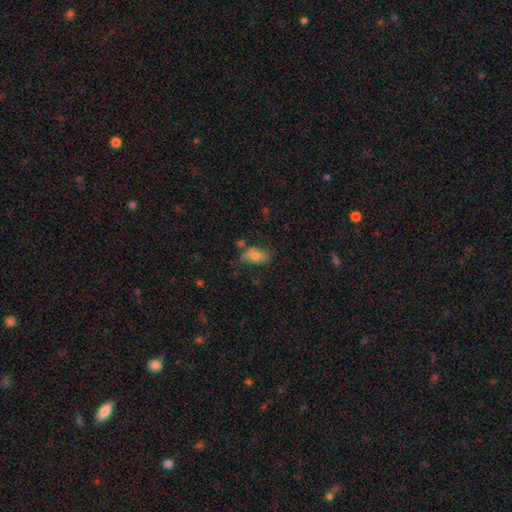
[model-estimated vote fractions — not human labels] Smooth or featured? Predicted: smooth (p=0.71). How rounded? Predicted: in between (p=0.89). Merging? Predicted: none (p=0.54).